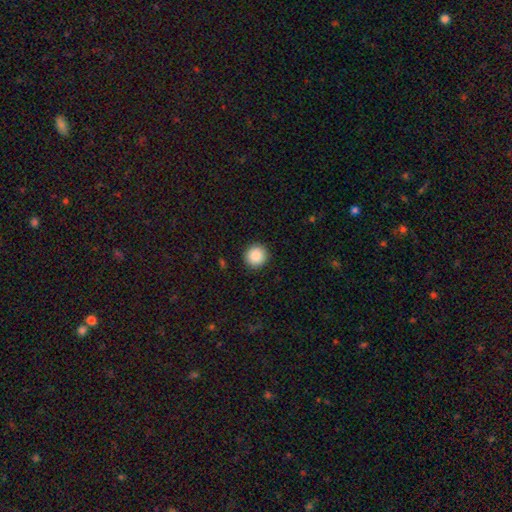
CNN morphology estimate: Q: Smooth or featured?
A: smooth (88%); runner-up: star or artifact (8%)
Q: How rounded?
A: round (94%); runner-up: in between (5%)
Q: Merging?
A: none (92%); runner-up: minor disturbance (5%)